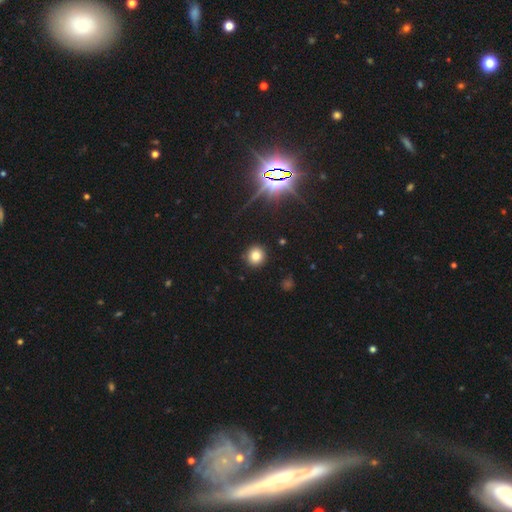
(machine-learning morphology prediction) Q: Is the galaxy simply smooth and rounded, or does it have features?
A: smooth — 77%.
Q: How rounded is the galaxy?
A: round — 92%.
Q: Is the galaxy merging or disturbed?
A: none — 91%.